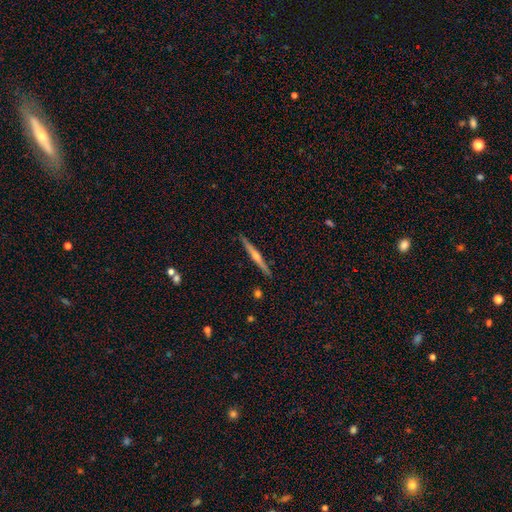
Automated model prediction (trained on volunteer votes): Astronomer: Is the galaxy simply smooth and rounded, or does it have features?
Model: featured or disk — 70%.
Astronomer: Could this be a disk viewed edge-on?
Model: yes — 98%.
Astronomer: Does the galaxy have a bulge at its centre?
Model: rounded — 77%.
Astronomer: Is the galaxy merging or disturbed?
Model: none — 91%.